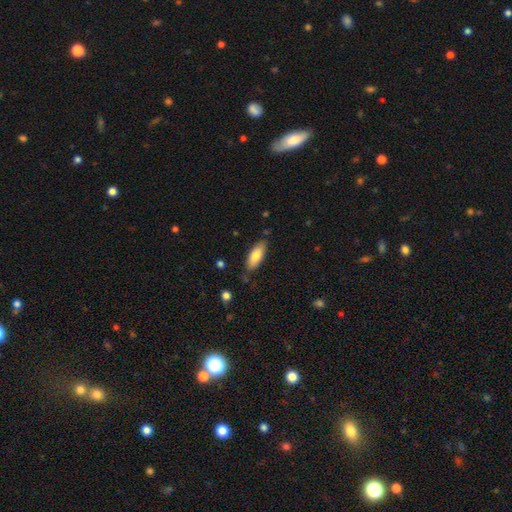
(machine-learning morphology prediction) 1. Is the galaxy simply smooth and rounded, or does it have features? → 79% smooth, 15% featured or disk, 6% star or artifact.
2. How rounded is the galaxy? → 78% in between, 20% cigar-shaped, 2% round.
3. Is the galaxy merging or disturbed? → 78% none, 17% minor disturbance, 3% major disturbance, 2% merger.